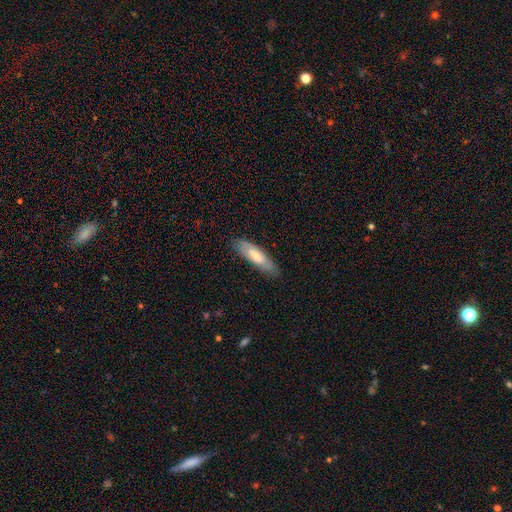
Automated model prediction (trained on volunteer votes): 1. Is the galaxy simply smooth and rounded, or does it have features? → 65% smooth, 30% featured or disk, 6% star or artifact.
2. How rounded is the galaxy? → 59% cigar-shaped, 40% in between, 1% round.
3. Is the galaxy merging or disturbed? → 82% none, 14% minor disturbance, 3% major disturbance, 1% merger.